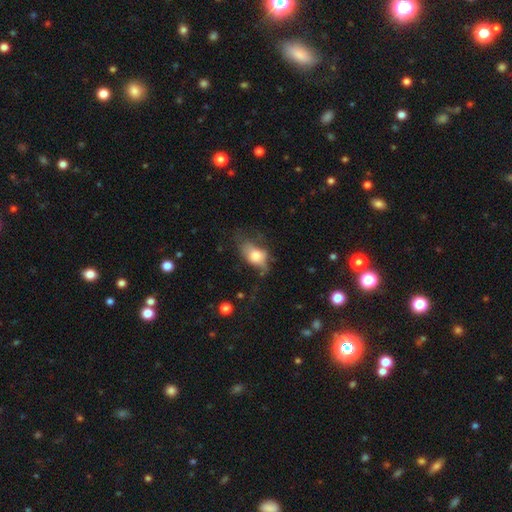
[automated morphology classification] Smooth or featured?
  - smooth: 65% *
  - featured or disk: 26%
  - star or artifact: 9%
How rounded?
  - in between: 84% *
  - round: 12%
  - cigar-shaped: 4%
Merging?
  - major disturbance: 36% *
  - none: 31%
  - minor disturbance: 29%
  - merger: 3%